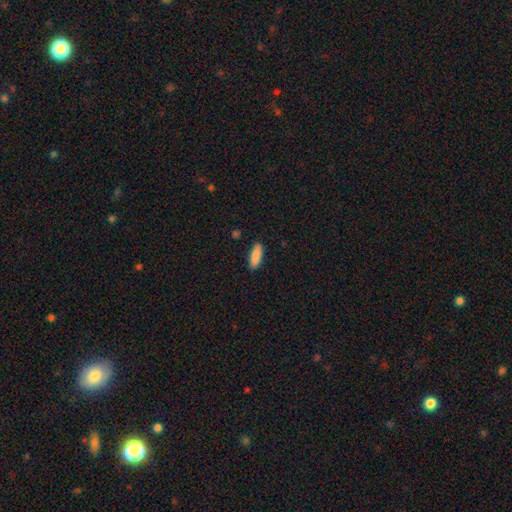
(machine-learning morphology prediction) type=smooth (87%); roundness=in between (63%); merging=none (87%).